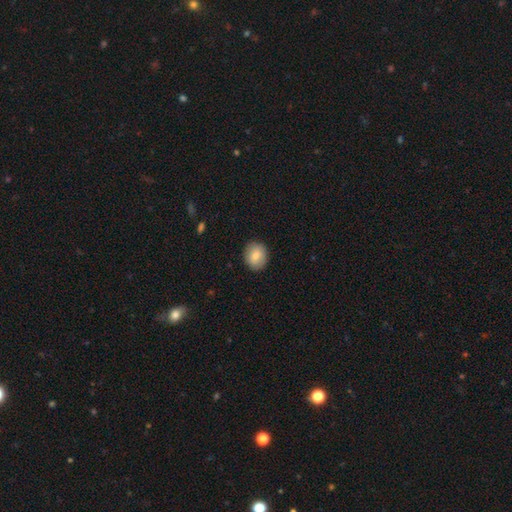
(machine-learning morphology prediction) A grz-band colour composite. It shows a smooth galaxy with no disk features (81%) that is round (67%). Merging: none (89%).